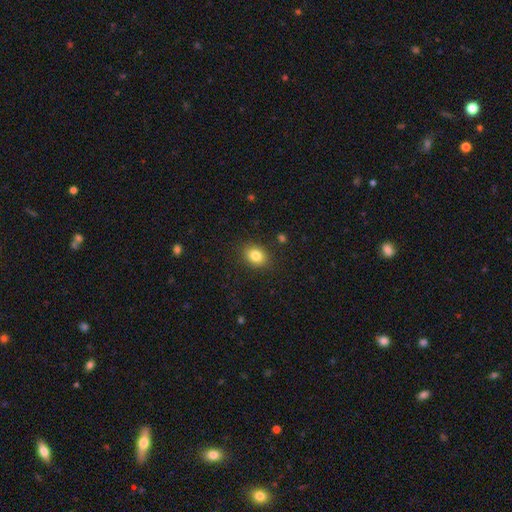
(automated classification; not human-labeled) A smooth galaxy with no disk features (83%) that is in between round and cigar-shaped (62%). Merging: none (87%).